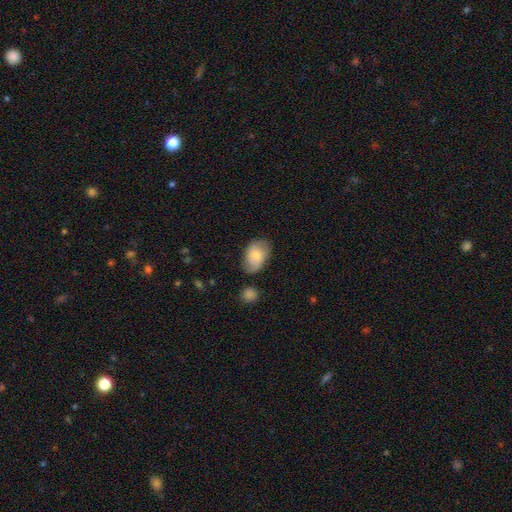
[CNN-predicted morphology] Q: Smooth or featured?
A: smooth (66%); runner-up: featured or disk (27%)
Q: How rounded?
A: in between (86%); runner-up: round (12%)
Q: Merging?
A: none (64%); runner-up: minor disturbance (26%)